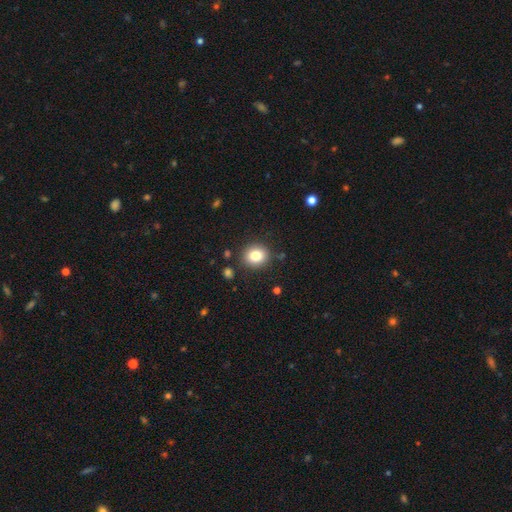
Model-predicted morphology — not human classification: Smooth or featured?
  - smooth: 81% *
  - star or artifact: 10%
  - featured or disk: 8%
How rounded?
  - round: 79% *
  - in between: 21%
  - cigar-shaped: 1%
Merging?
  - none: 87% *
  - minor disturbance: 8%
  - major disturbance: 3%
  - merger: 2%